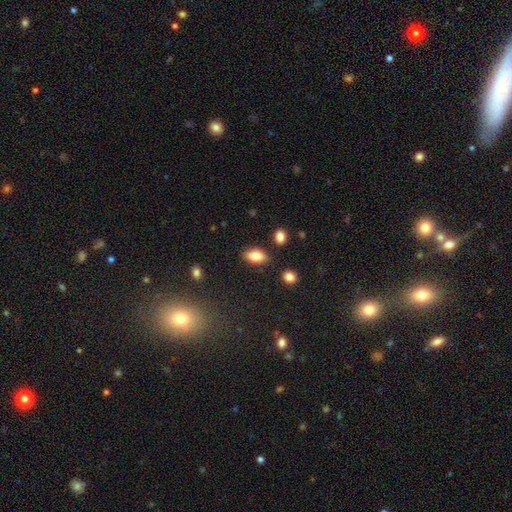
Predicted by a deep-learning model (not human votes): smooth_or_featured: smooth (p=0.82) [alt: featured or disk p=0.10]
how_rounded: in between (p=0.90) [alt: round p=0.06]
merging: none (p=0.83) [alt: minor disturbance p=0.10]